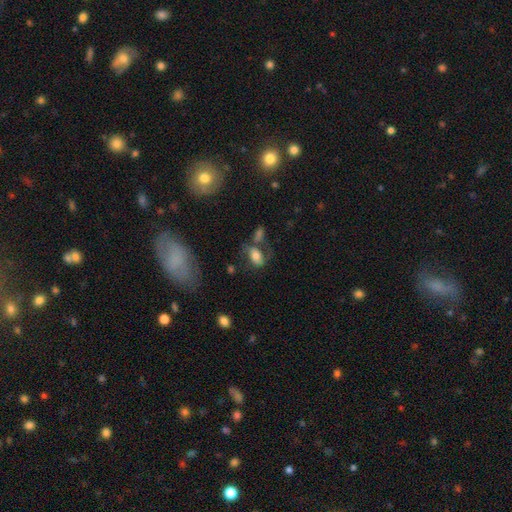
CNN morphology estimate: smooth-or-featured: smooth: 64% | featured or disk: 26% | star or artifact: 10%
  how-rounded: in between: 87% | round: 10% | cigar-shaped: 3%
  merging: none: 40% | merger: 25% | minor disturbance: 18% | major disturbance: 16%